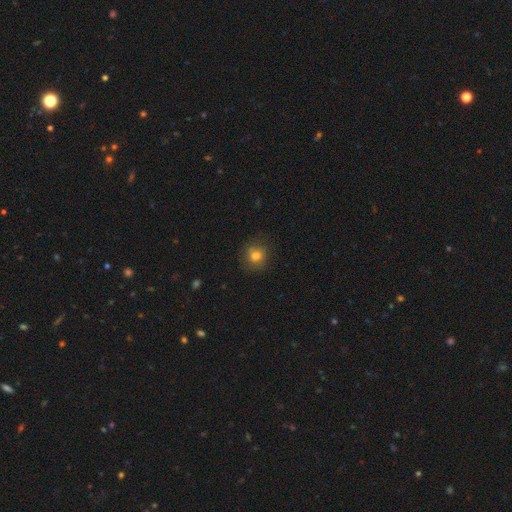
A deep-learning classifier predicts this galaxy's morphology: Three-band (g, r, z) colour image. It shows a smooth galaxy with no disk features (80%) that is round (83%). Merging: none (82%).